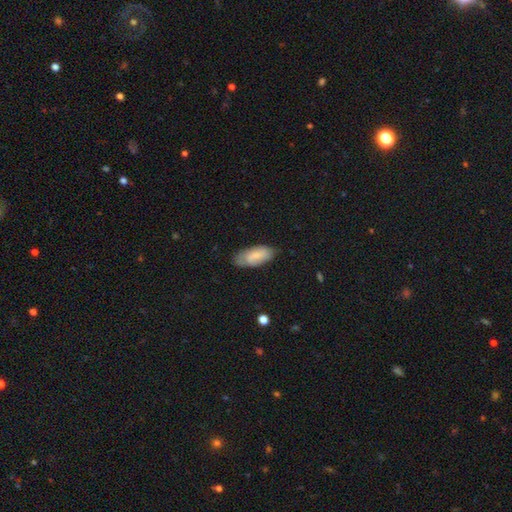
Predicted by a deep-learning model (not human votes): Smooth or featured? Predicted: smooth (p=0.76). How rounded? Predicted: in between (p=0.88). Merging? Predicted: none (p=0.70).